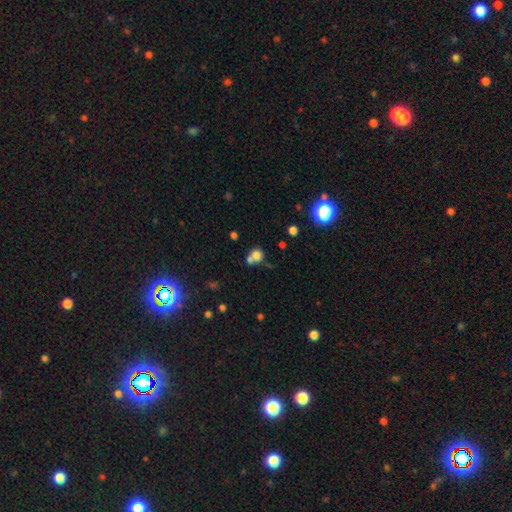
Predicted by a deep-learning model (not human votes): Morphology: type=smooth (75%); roundness=round (78%); merging=merger (46%).